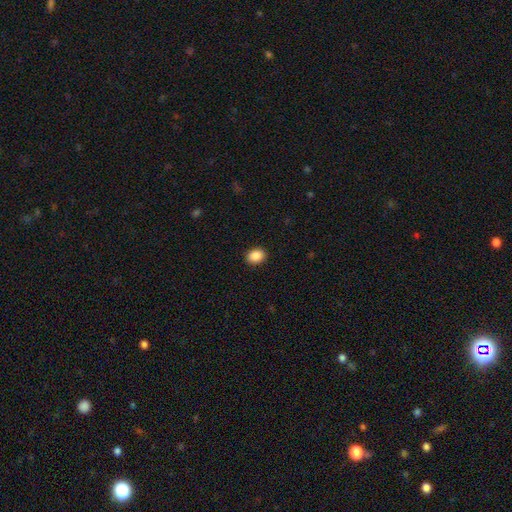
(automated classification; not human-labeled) This appears to be a smooth galaxy with no disk features (89%) that is in between round and cigar-shaped (56%). Merging: none (91%).